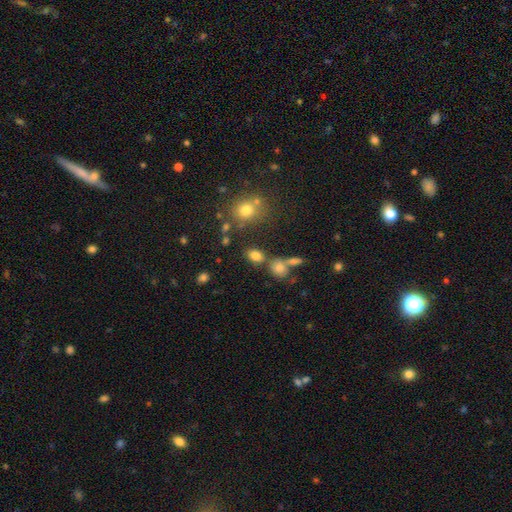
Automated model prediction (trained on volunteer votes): Morphology: type=smooth (78%); roundness=in between (73%); merging=none (64%).